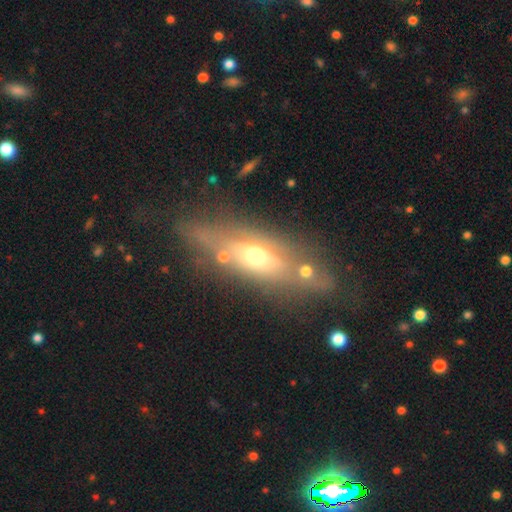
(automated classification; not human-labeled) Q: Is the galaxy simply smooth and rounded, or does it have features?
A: featured or disk — 59%.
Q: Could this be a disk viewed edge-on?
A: yes — 67%.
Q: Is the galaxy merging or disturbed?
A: none — 68%.